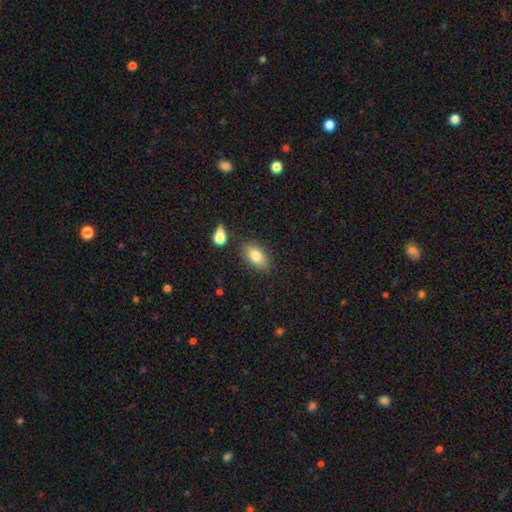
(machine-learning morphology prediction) Smooth or featured? Predicted: smooth (p=0.80). How rounded? Predicted: in between (p=0.88). Merging? Predicted: none (p=0.80).